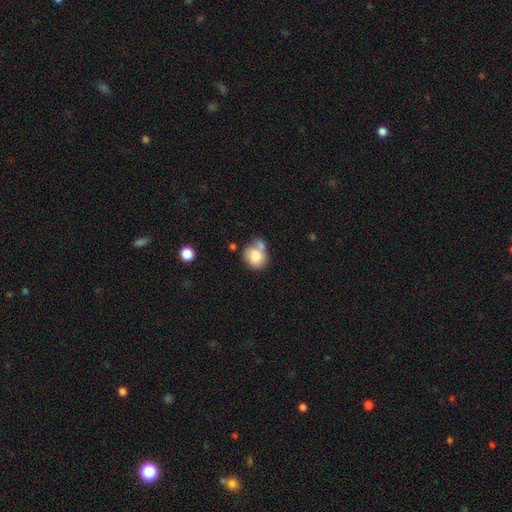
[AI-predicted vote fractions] A smooth galaxy with no disk features (78%) that is round (62%).

Vote fractions:
- Smooth or featured? smooth: 78% / featured or disk: 13% / star or artifact: 8%
- How rounded? round: 62% / in between: 37% / cigar-shaped: 1%
- Merging? merger: 38% / none: 33% / minor disturbance: 20% / major disturbance: 10%